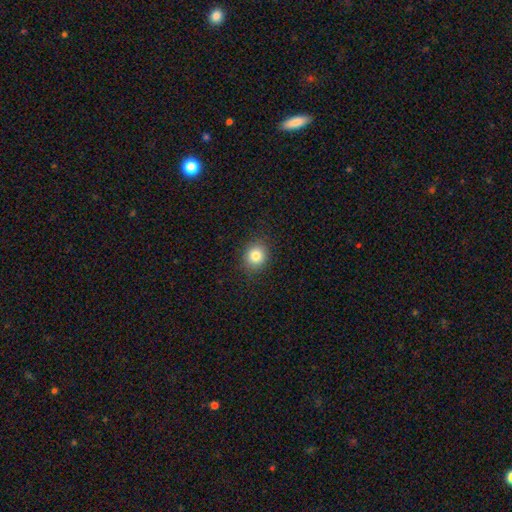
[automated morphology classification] smooth_or_featured: smooth (p=0.83) [alt: star or artifact p=0.11]
how_rounded: round (p=0.73) [alt: in between p=0.26]
merging: none (p=0.88) [alt: minor disturbance p=0.08]